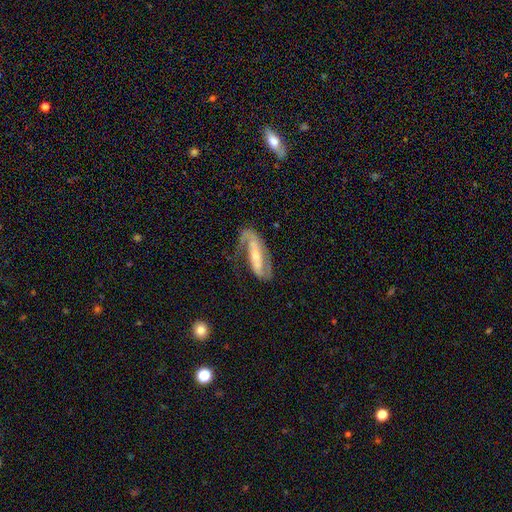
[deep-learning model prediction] smooth_or_featured: featured or disk (p=0.83) [alt: smooth p=0.12]
disk_edge_on: no (p=0.91) [alt: yes p=0.09]
bar: strong (p=0.54) [alt: weak p=0.26]
has_spiral_arms: yes (p=0.92) [alt: no p=0.08]
spiral_winding: medium (p=0.45) [alt: loose p=0.29]
spiral_arm_count: 2 (p=0.80) [alt: 1 p=0.12]
bulge_size: small (p=0.52) [alt: moderate p=0.40]
merging: none (p=0.61) [alt: minor disturbance p=0.20]